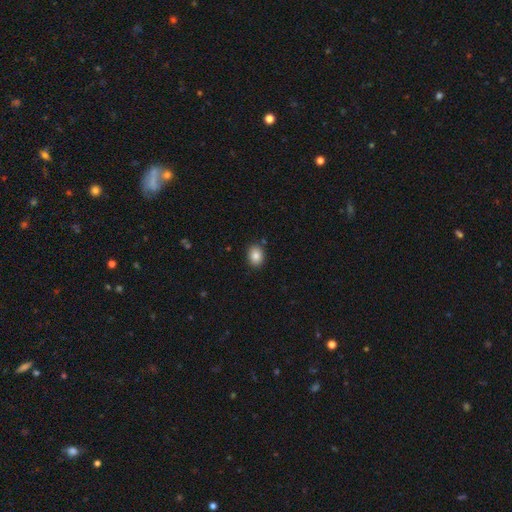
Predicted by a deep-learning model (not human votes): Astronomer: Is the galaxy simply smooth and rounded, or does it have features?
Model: smooth — 85%.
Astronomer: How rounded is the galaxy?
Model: in between — 59% (runner-up: round, 40%).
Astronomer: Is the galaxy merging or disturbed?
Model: none — 87%.